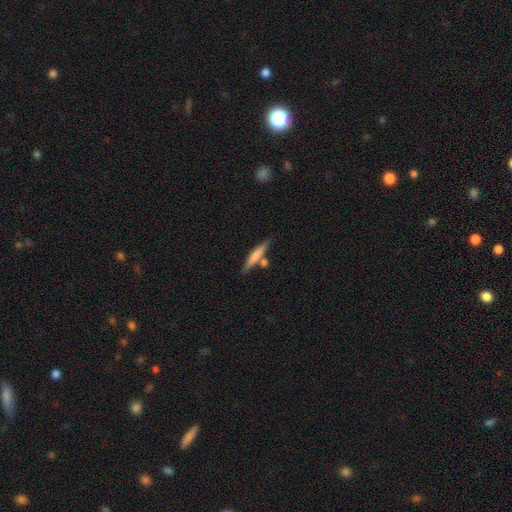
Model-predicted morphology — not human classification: A smooth galaxy with no disk features (62%) that is cigar-shaped (90%). Merging: none (72%).